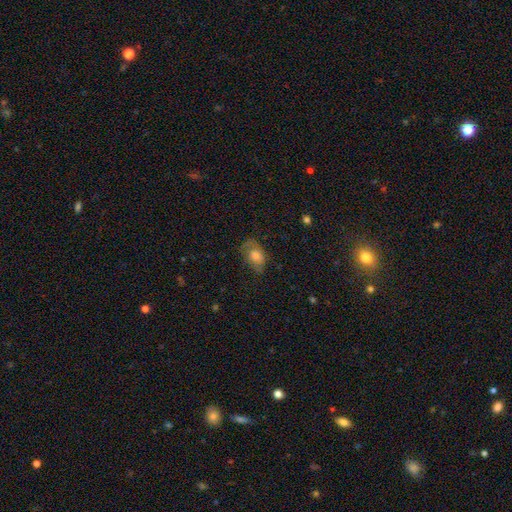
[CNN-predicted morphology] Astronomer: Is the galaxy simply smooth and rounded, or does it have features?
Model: smooth — 55% (runner-up: featured or disk, 33%).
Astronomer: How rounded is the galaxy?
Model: in between — 76%.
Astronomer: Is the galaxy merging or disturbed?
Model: none — 54%.